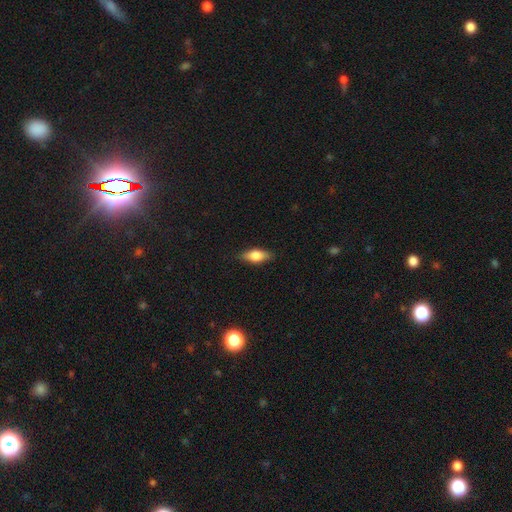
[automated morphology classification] type=smooth (70%); roundness=in between (75%); merging=none (86%).